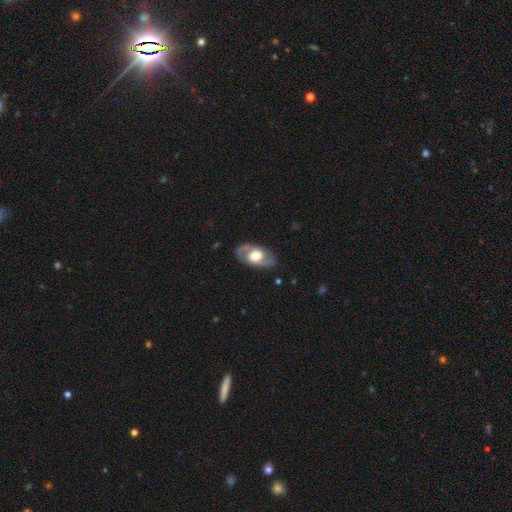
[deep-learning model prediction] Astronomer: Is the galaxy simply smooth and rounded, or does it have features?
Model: featured or disk — 71%.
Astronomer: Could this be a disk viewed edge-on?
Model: no — 92%.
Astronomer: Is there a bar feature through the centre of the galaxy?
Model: no — 58%.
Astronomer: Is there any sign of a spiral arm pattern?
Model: yes — 73%.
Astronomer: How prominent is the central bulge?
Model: moderate — 49% (runner-up: large, 41%).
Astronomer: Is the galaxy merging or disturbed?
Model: none — 81%.